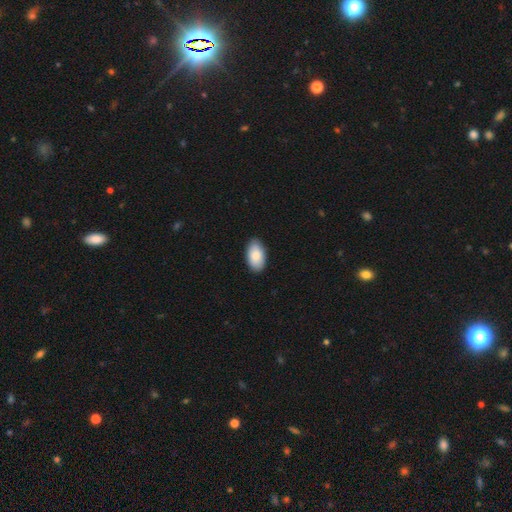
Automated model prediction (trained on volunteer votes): The model was most divided on "merging": none: 88%, minor disturbance: 10%, major disturbance: 2%, merger: 1%. More confident: how rounded — in between (96%); smooth or featured — smooth (87%).